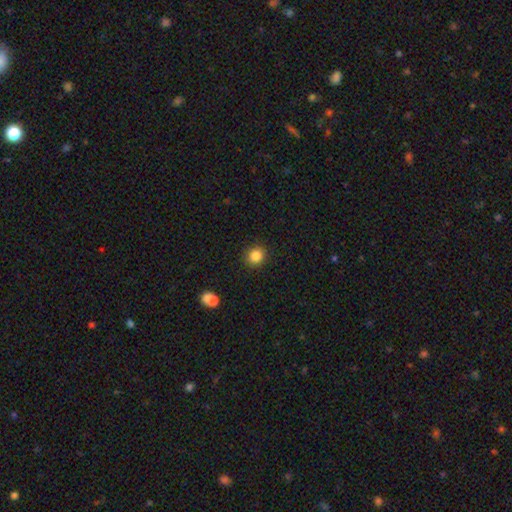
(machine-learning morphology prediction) smooth-or-featured: smooth: 85% | star or artifact: 11% | featured or disk: 5%
  how-rounded: round: 87% | in between: 12% | cigar-shaped: 1%
  merging: none: 90% | minor disturbance: 6% | major disturbance: 2% | merger: 1%